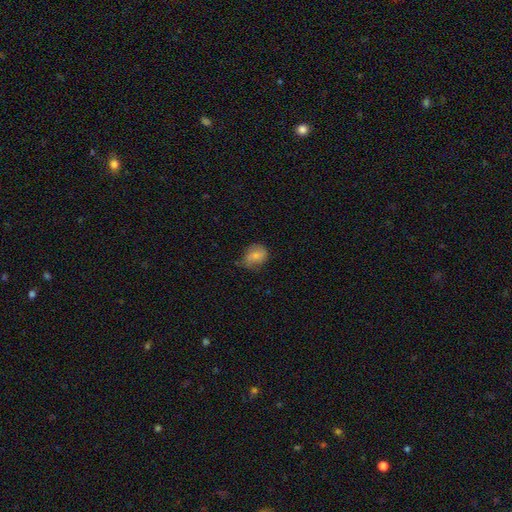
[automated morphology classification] Q: Smooth or featured?
A: smooth (65%); runner-up: featured or disk (27%)
Q: How rounded?
A: round (58%); runner-up: in between (40%)
Q: Merging?
A: none (59%); runner-up: minor disturbance (31%)